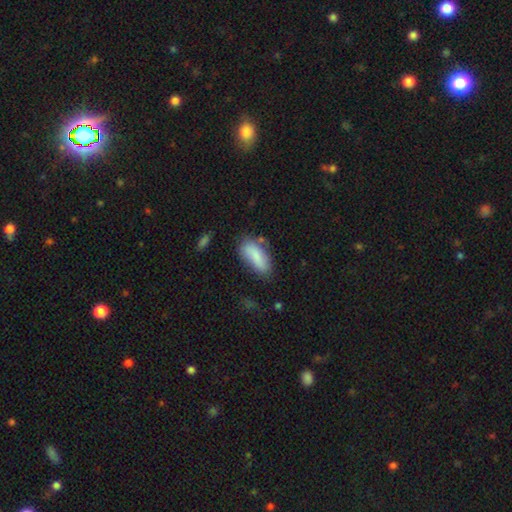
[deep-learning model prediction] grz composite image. It shows a smooth galaxy with no disk features (82%) that is in between round and cigar-shaped (81%). Merging: none (64%).